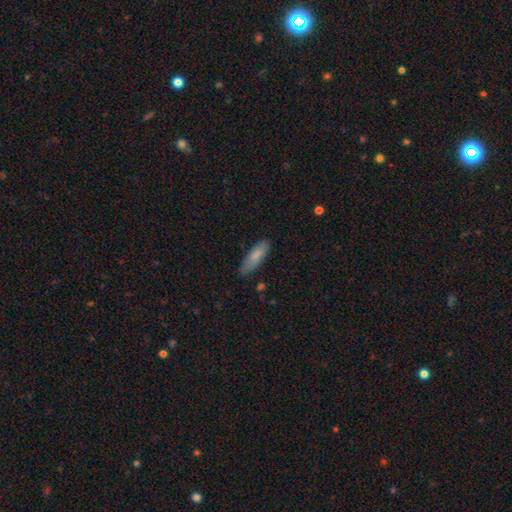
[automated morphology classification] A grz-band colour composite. It shows a smooth galaxy with no disk features (79%) that is in between round and cigar-shaped (50%). Merging: none (78%).